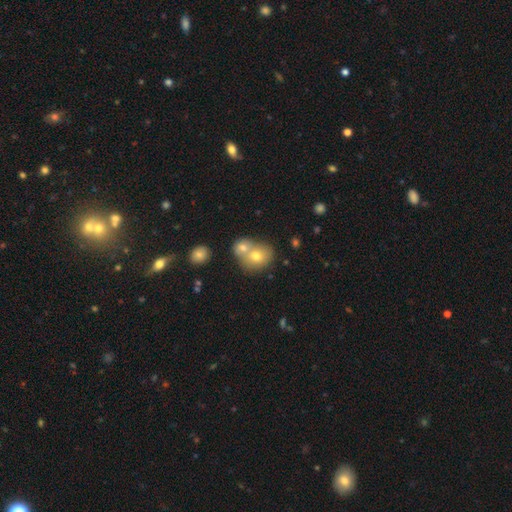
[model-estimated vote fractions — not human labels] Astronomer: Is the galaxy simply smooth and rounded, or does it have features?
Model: smooth — 69%.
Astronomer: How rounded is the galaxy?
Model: round — 69%.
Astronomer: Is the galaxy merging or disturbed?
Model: merger — 60%.